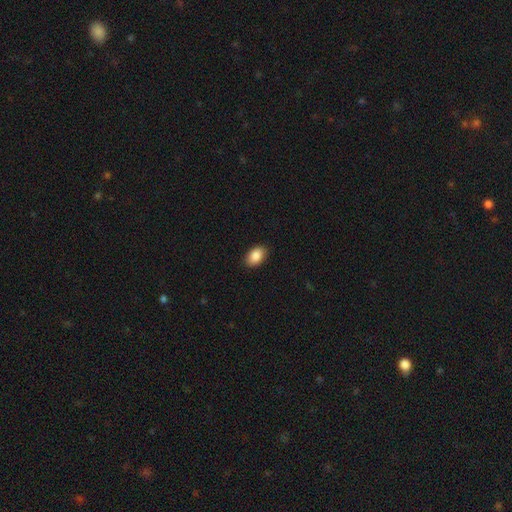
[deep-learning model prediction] The model was most divided on "merging": none: 89%, minor disturbance: 9%, major disturbance: 2%, merger: 1%. More confident: how rounded — in between (90%); smooth or featured — smooth (88%).